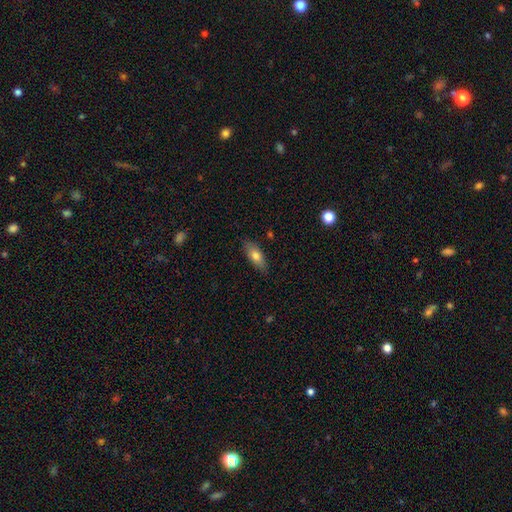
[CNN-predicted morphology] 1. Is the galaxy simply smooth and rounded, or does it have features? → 72% smooth, 21% featured or disk, 7% star or artifact.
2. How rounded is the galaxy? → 78% in between, 19% cigar-shaped, 3% round.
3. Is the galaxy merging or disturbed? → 84% none, 12% minor disturbance, 2% major disturbance, 1% merger.